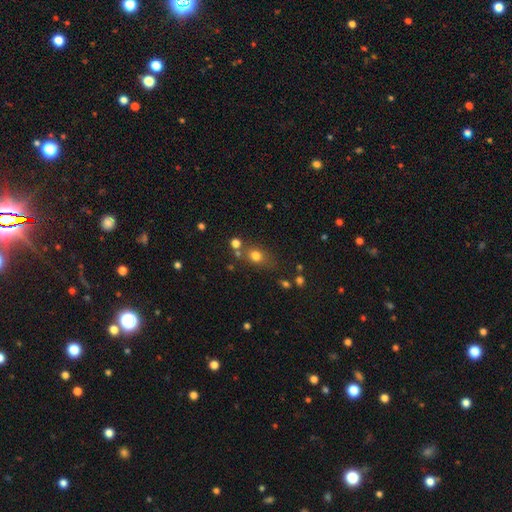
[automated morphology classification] A smooth galaxy with no disk features (73%) that is round (57%).

Vote fractions:
- Smooth or featured? smooth: 73% / star or artifact: 16% / featured or disk: 10%
- How rounded? round: 57% / in between: 40% / cigar-shaped: 2%
- Merging? none: 61% / minor disturbance: 16% / merger: 16% / major disturbance: 7%